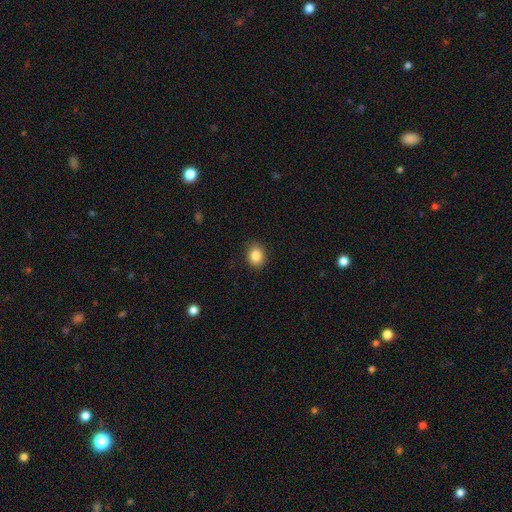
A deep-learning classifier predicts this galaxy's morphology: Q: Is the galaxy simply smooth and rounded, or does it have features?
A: smooth — 85%.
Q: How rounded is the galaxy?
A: round — 63%.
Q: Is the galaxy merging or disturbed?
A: none — 87%.